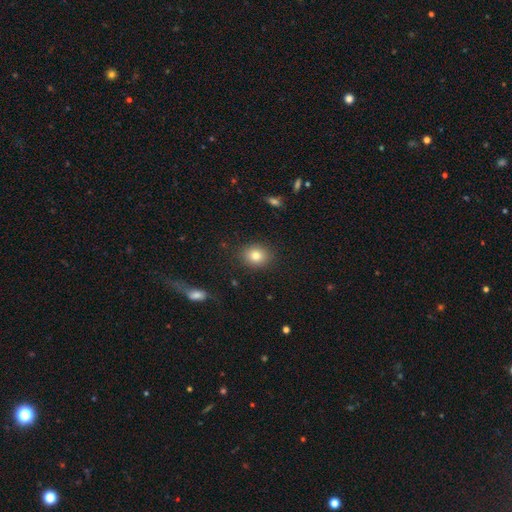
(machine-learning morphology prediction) Q: Smooth or featured?
A: smooth (81%); runner-up: star or artifact (11%)
Q: How rounded?
A: round (65%); runner-up: in between (34%)
Q: Merging?
A: none (88%); runner-up: minor disturbance (8%)